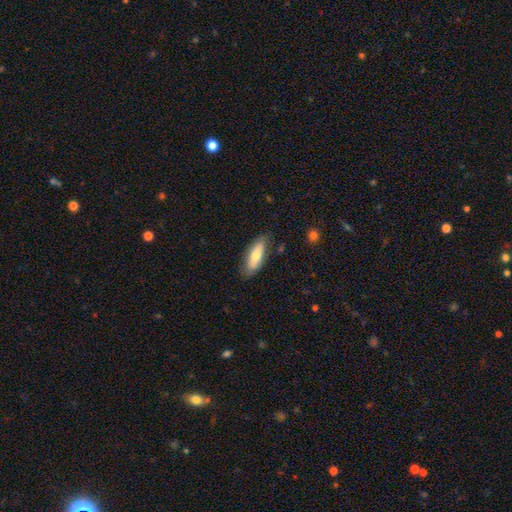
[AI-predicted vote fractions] Q: Smooth or featured?
A: smooth (72%); runner-up: featured or disk (22%)
Q: How rounded?
A: in between (67%); runner-up: cigar-shaped (31%)
Q: Merging?
A: none (79%); runner-up: minor disturbance (17%)